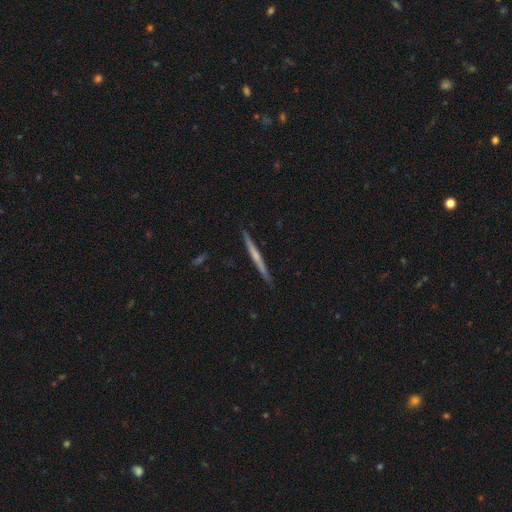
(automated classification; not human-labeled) The model was most divided on "smooth or featured": featured or disk: 58%, smooth: 36%, star or artifact: 5%. More confident: edge-on disk — yes (98%); merging — none (90%); edge-on bulge — none (61%).